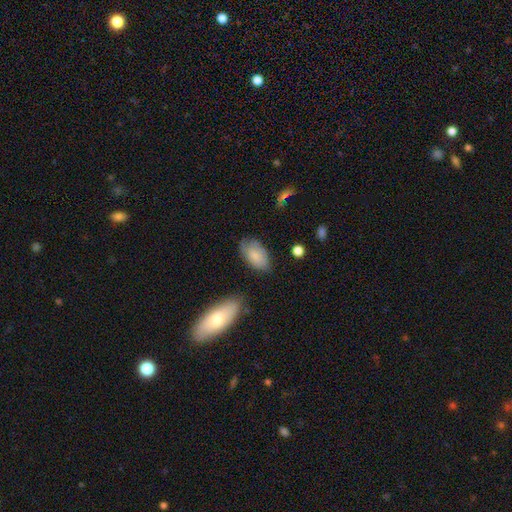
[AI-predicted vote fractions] Smooth or featured: smooth — 77% (featured or disk — 16%)
How rounded: in between — 94% (round — 4%)
Merging: none — 66% (minor disturbance — 25%)